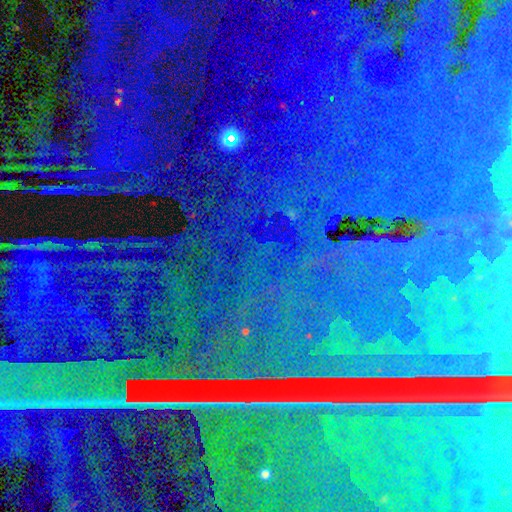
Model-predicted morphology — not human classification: Smooth or featured? star or artifact (87%)